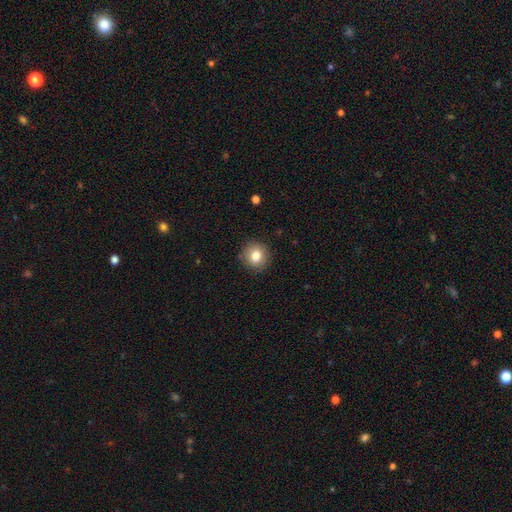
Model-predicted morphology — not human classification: Smooth or featured? Predicted: smooth (p=0.81). How rounded? Predicted: round (p=0.92). Merging? Predicted: none (p=0.90).